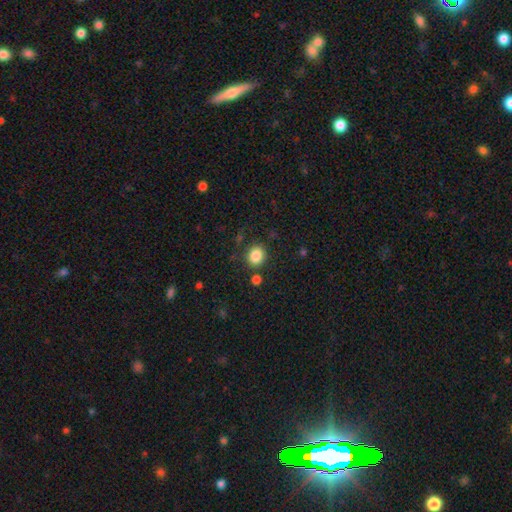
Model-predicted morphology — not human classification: The model was most divided on "how rounded": round: 69%, in between: 30%, cigar-shaped: 1%. More confident: smooth or featured — smooth (85%); merging — none (81%).